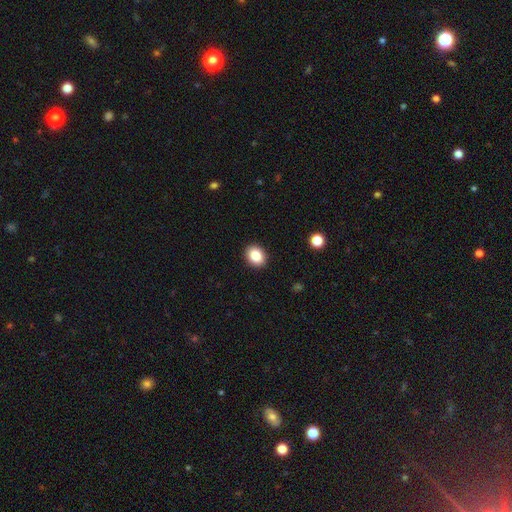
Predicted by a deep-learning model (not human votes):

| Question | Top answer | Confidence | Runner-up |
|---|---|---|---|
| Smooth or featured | smooth | 86% | star or artifact (9%) |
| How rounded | in between | 51% | round (48%) |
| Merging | none | 91% | minor disturbance (6%) |